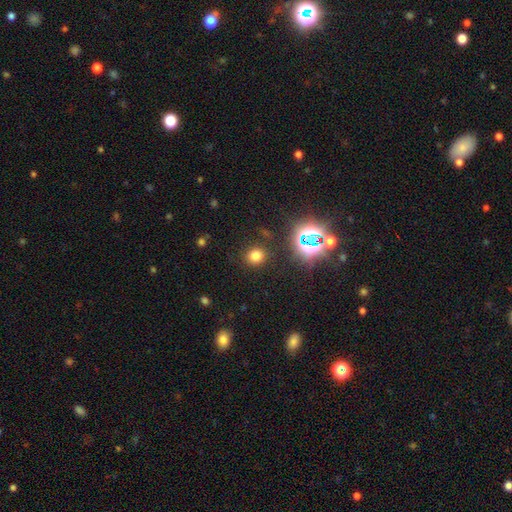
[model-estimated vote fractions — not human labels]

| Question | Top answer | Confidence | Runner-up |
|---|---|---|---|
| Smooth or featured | smooth | 71% | star or artifact (22%) |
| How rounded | round | 85% | in between (14%) |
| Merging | none | 88% | minor disturbance (7%) |